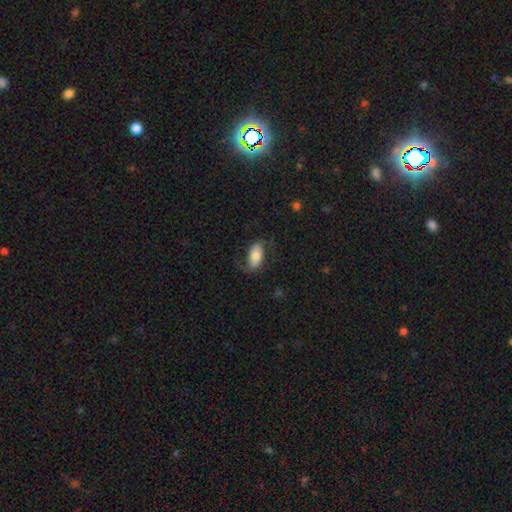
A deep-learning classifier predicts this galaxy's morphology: Overall: smooth (61%; featured or disk 32%). How rounded: in between (92%). Merging: none (65%).